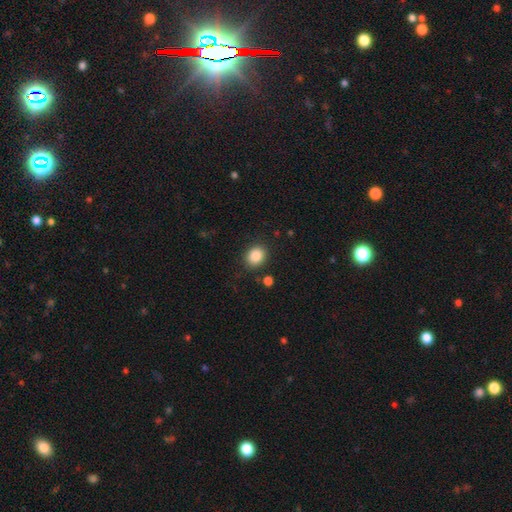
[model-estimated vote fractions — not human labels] A smooth galaxy with no disk features (86%) that is round (64%). Merging: none (86%).